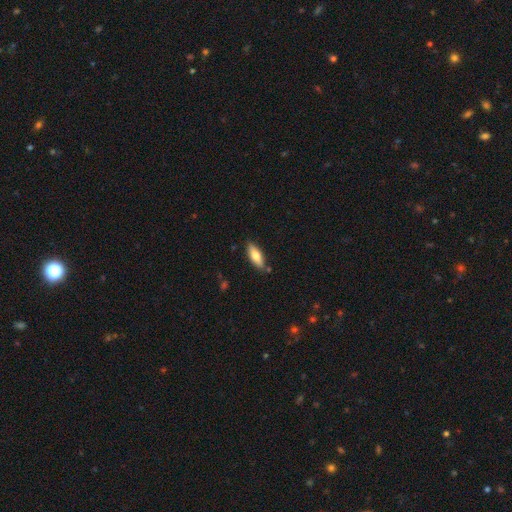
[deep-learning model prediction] smooth 74%, featured or disk 20%, star or artifact 6%. Down the decision tree: how rounded — in between (66%); merging — none (82%).